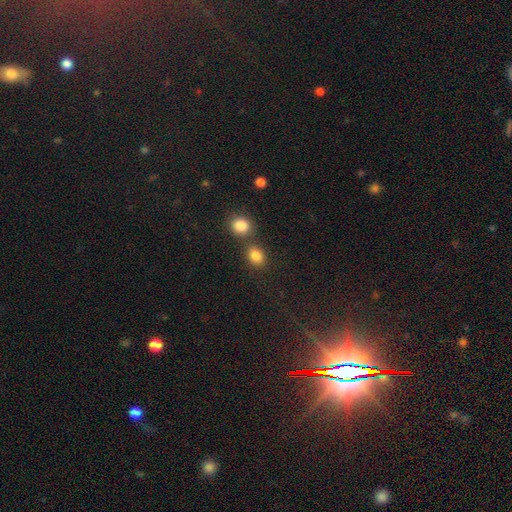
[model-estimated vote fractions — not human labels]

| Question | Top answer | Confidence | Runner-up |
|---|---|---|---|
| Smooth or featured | smooth | 83% | star or artifact (11%) |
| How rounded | in between | 51% | round (48%) |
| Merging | none | 64% | merger (23%) |